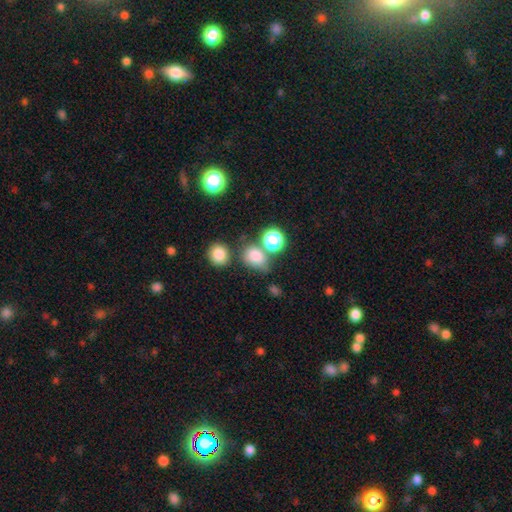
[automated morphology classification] This is likely a smooth galaxy (75%). How rounded: possibly in between (52%). Merging: possibly none (56%).